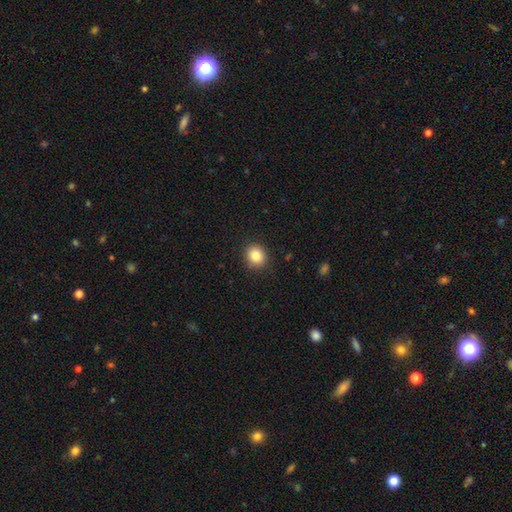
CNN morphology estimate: This appears to be a smooth galaxy with no disk features (84%) that is round (82%). Merging: none (90%).